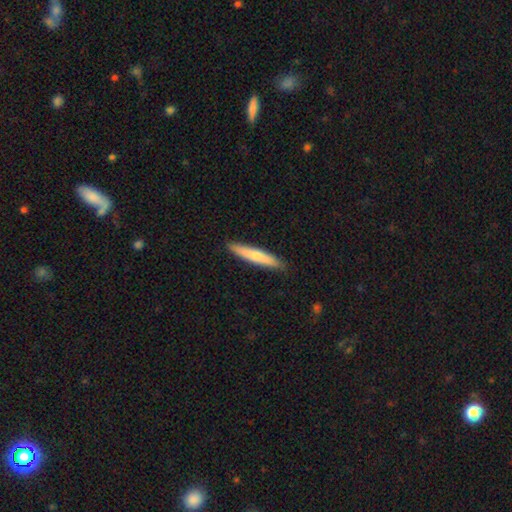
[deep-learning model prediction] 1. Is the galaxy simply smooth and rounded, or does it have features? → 65% smooth, 30% featured or disk, 5% star or artifact.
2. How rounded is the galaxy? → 92% cigar-shaped, 6% in between, 1% round.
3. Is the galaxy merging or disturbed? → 89% none, 8% minor disturbance, 1% major disturbance, 1% merger.